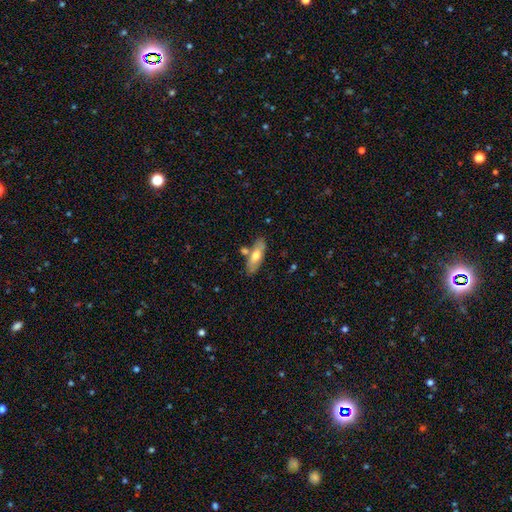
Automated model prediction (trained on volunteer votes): This appears to be a smooth galaxy with no disk features (62%) that is in between round and cigar-shaped (65%). Merging: none (72%).